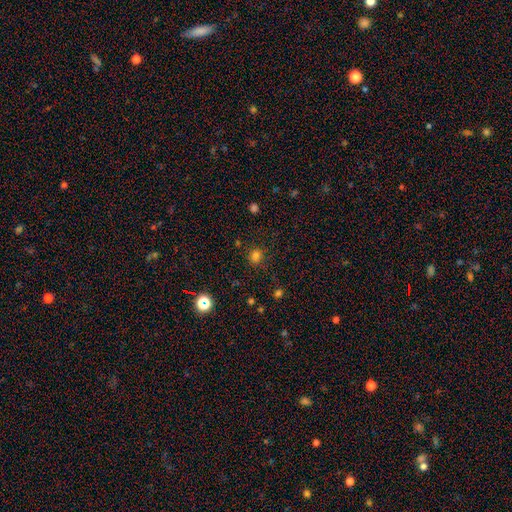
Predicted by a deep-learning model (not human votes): Smooth or featured? smooth (76%)
How rounded? round (73%)
Merging? none (82%)